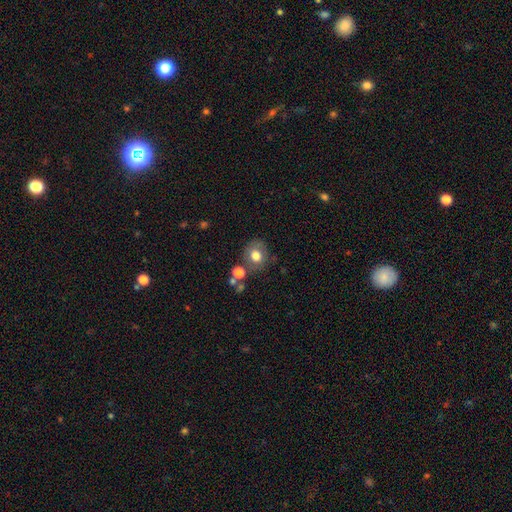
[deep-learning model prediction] smooth_or_featured: smooth (p=0.75) [alt: featured or disk p=0.15]
how_rounded: round (p=0.73) [alt: in between p=0.26]
merging: none (p=0.66) [alt: minor disturbance p=0.16]